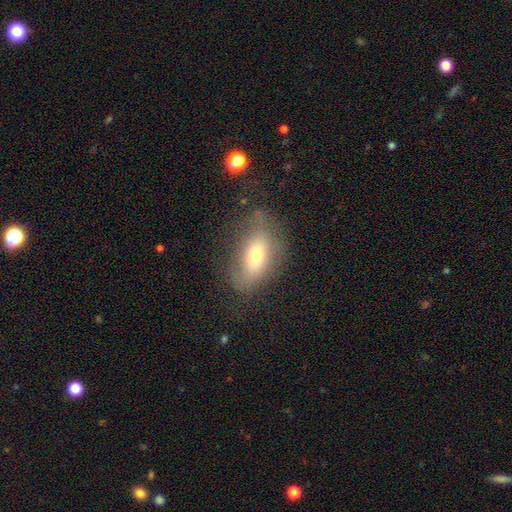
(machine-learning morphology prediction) This is possibly a smooth galaxy (59%). How rounded: clearly in between (83%). Merging: possibly none (56%).